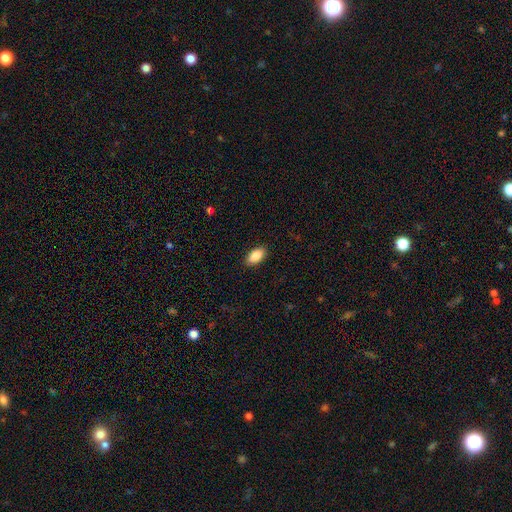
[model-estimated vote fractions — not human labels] smooth 89%, star or artifact 7%, featured or disk 5%. Down the decision tree: how rounded — in between (93%); merging — none (88%).